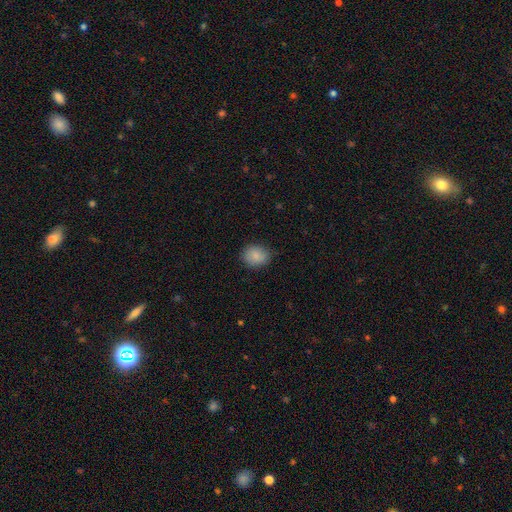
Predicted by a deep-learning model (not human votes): Smooth or featured?
  - smooth: 86% *
  - star or artifact: 8%
  - featured or disk: 6%
How rounded?
  - round: 60% *
  - in between: 39%
  - cigar-shaped: 1%
Merging?
  - none: 82% *
  - minor disturbance: 14%
  - major disturbance: 3%
  - merger: 1%